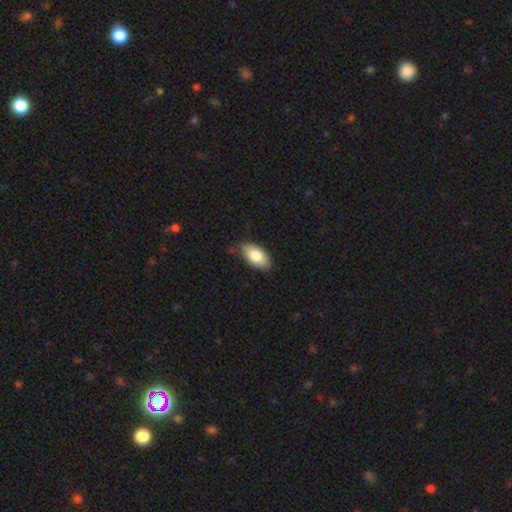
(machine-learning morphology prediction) This appears to be a smooth galaxy with no disk features (81%) that is in between round and cigar-shaped (93%). Merging: none (75%).